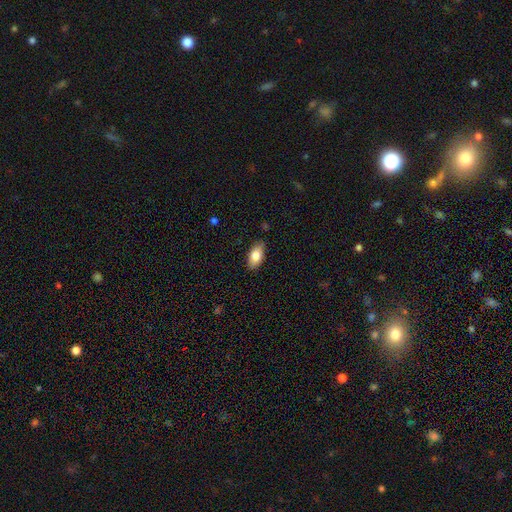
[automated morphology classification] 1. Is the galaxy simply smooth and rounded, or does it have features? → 83% smooth, 10% featured or disk, 7% star or artifact.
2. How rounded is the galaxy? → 92% in between, 5% cigar-shaped, 4% round.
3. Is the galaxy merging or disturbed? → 85% none, 12% minor disturbance, 2% major disturbance, 1% merger.